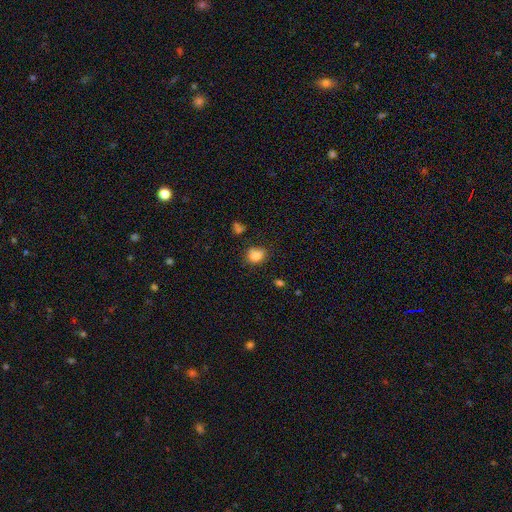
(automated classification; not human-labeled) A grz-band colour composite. It shows a smooth galaxy with no disk features (79%) that is in between round and cigar-shaped (55%). Merging: none (57%).